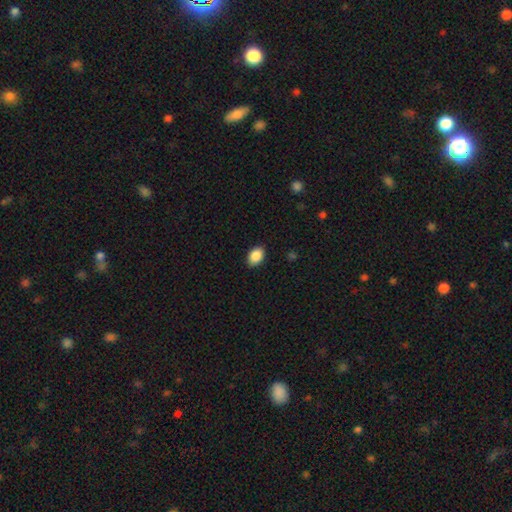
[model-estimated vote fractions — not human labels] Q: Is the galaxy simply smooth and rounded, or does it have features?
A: smooth — 89%.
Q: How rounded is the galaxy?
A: in between — 80%.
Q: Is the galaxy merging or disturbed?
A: none — 88%.